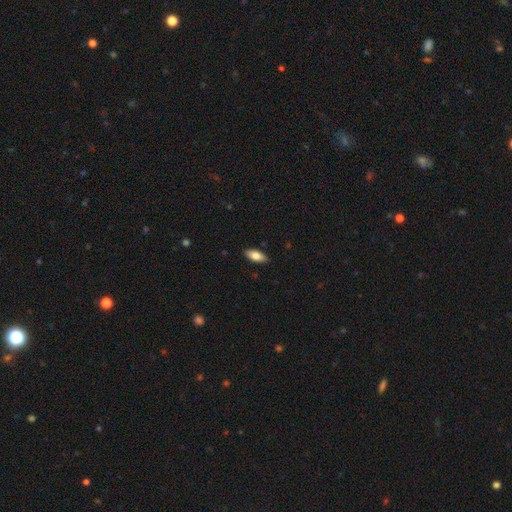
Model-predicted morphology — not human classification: Smooth or featured?
  - smooth: 80% *
  - featured or disk: 13%
  - star or artifact: 6%
How rounded?
  - in between: 87% *
  - cigar-shaped: 11%
  - round: 2%
Merging?
  - none: 88% *
  - minor disturbance: 9%
  - major disturbance: 2%
  - merger: 1%